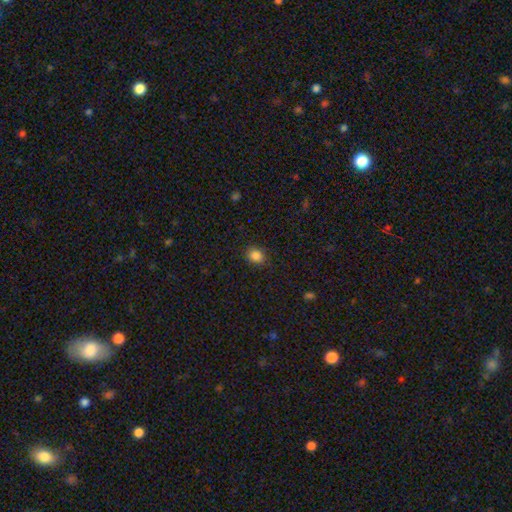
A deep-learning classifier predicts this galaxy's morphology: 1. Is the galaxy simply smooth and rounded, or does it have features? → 85% smooth, 11% star or artifact, 4% featured or disk.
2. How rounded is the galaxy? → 53% round, 46% in between, 1% cigar-shaped.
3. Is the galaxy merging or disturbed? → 86% none, 10% minor disturbance, 3% major disturbance, 1% merger.